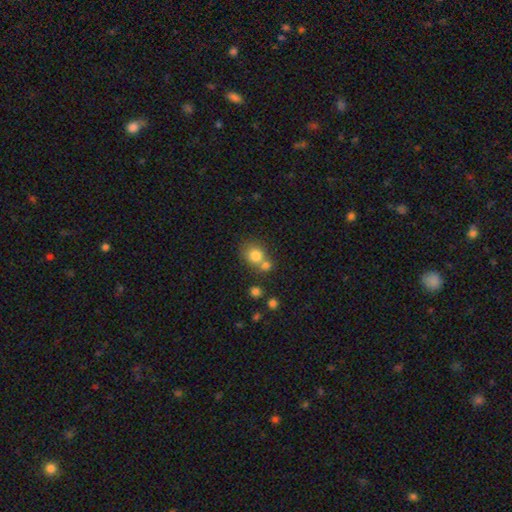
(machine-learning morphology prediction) Smooth or featured? smooth (79%)
How rounded? round (75%)
Merging? none (45%)